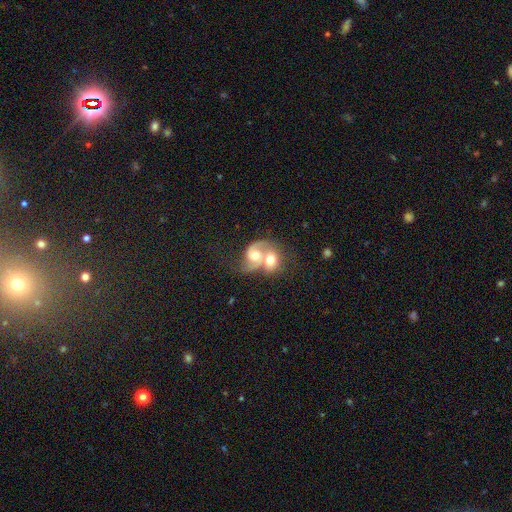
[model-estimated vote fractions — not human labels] featured or disk 69%, smooth 25%, star or artifact 6%. Down the decision tree: edge-on disk — no (97%); bar — no (67%); spiral arms — yes (84%); spiral arm count — 2 (74%); spiral winding — medium (43%); bulge size — moderate (64%); merging — merger (79%).